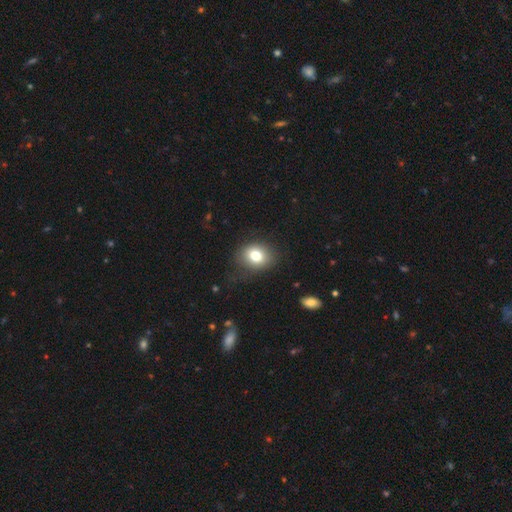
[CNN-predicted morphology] smooth 78%, featured or disk 12%, star or artifact 10%. Down the decision tree: how rounded — round (53%); merging — none (77%).